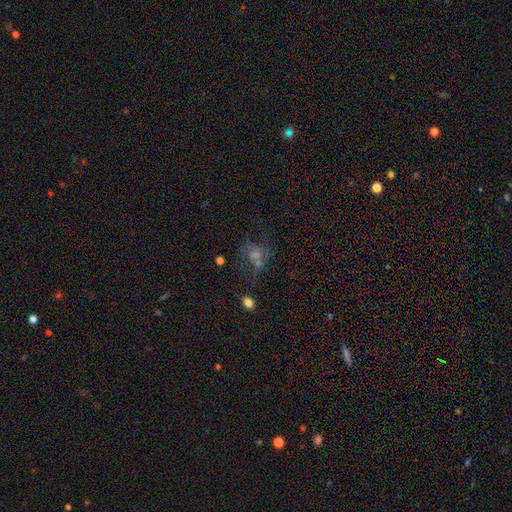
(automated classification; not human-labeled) A featured or disk galaxy (46%). Merging: none (35%).